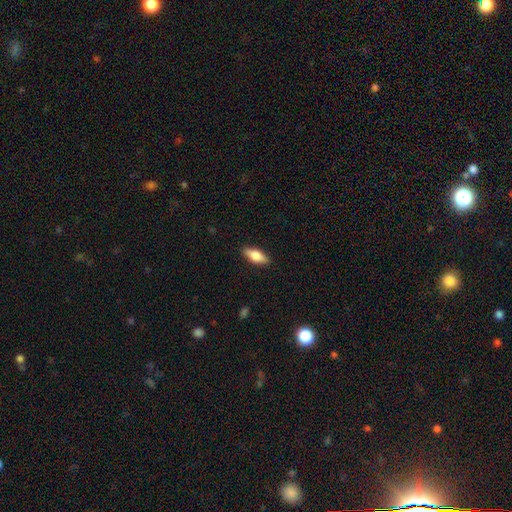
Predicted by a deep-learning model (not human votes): The model was most divided on "smooth or featured": smooth: 68%, featured or disk: 26%, star or artifact: 6%. More confident: merging — none (88%); how rounded — in between (73%).